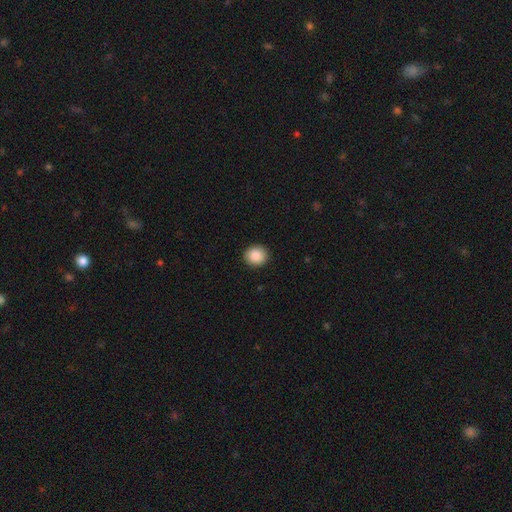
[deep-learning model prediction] The model was most divided on "how rounded": round: 85%, in between: 14%, cigar-shaped: 1%. More confident: merging — none (92%); smooth or featured — smooth (88%).